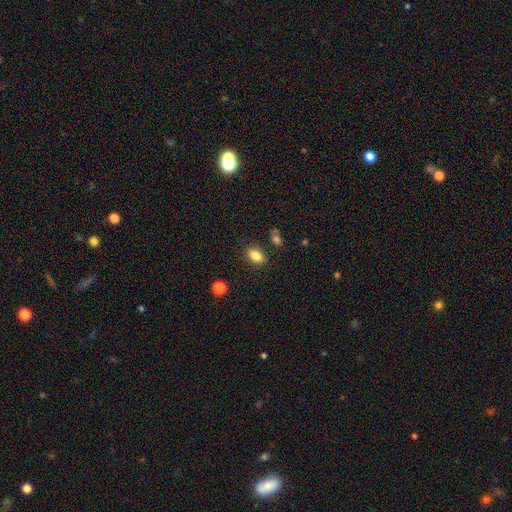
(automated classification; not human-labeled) Smooth or featured?
  - smooth: 84% *
  - star or artifact: 9%
  - featured or disk: 6%
How rounded?
  - in between: 84% *
  - round: 13%
  - cigar-shaped: 2%
Merging?
  - none: 83% *
  - minor disturbance: 10%
  - merger: 4%
  - major disturbance: 3%